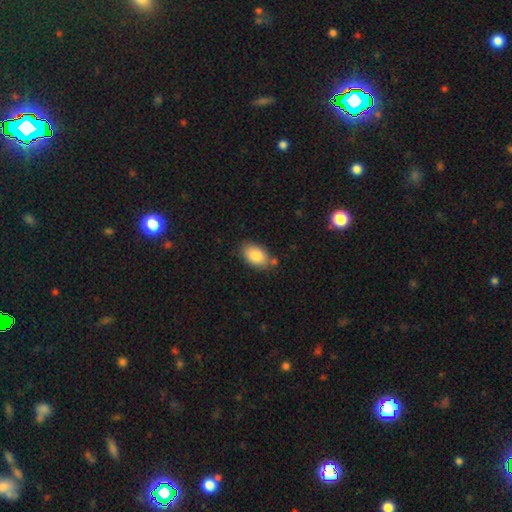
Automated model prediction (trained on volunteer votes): smooth_or_featured: smooth (p=0.86) [alt: featured or disk p=0.07]
how_rounded: in between (p=0.90) [alt: round p=0.09]
merging: none (p=0.73) [alt: minor disturbance p=0.18]